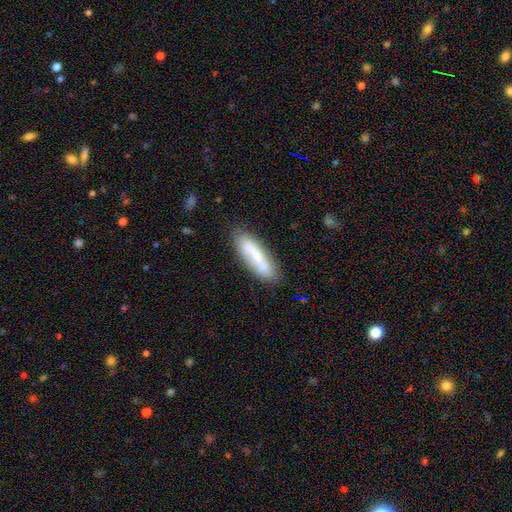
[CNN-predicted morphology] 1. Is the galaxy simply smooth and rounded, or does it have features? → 53% smooth, 40% featured or disk, 7% star or artifact.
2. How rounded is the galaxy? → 59% cigar-shaped, 39% in between, 2% round.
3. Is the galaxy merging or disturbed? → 74% none, 17% minor disturbance, 5% merger, 4% major disturbance.